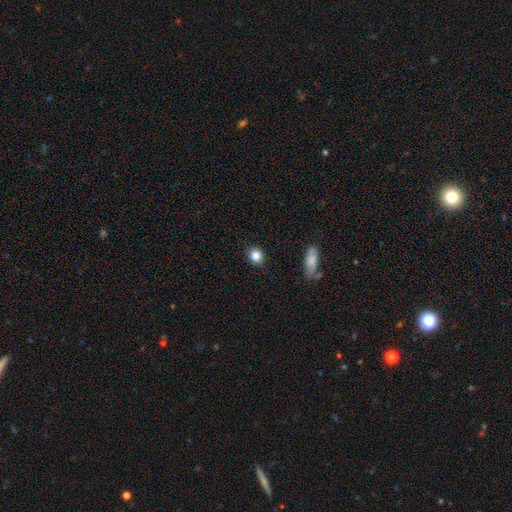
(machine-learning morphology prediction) Overall: smooth (85%). How rounded: round (63%; in between 36%). Merging: none (87%).